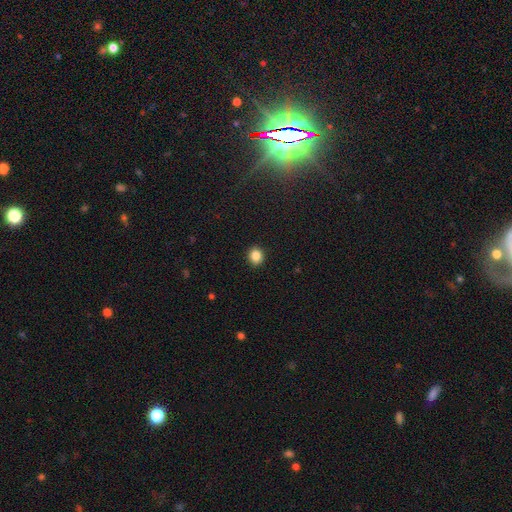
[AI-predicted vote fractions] Smooth or featured? smooth (86%)
How rounded? round (75%)
Merging? none (92%)